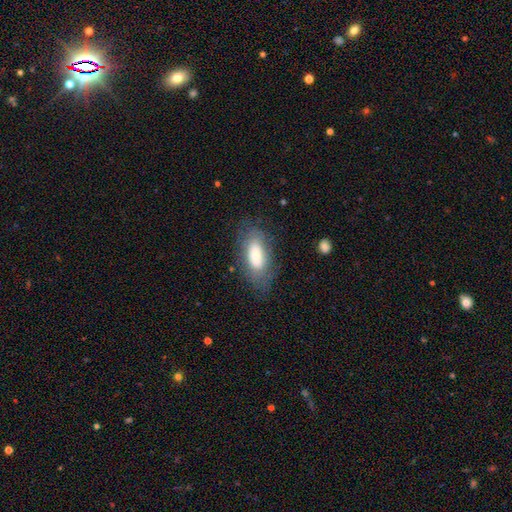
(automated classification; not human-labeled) This is likely a smooth galaxy (72%). How rounded: clearly in between (87%). Merging: likely none (72%).